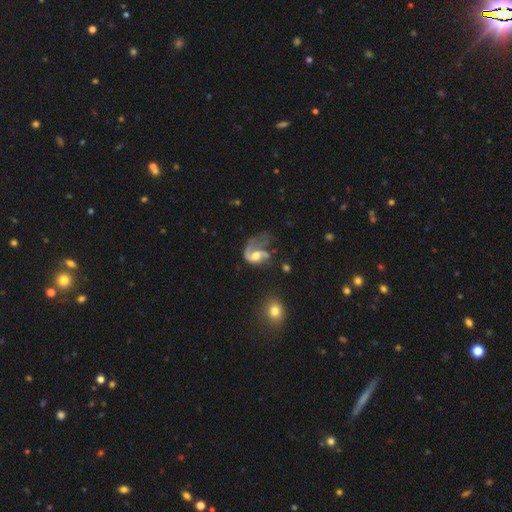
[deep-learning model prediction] A featured or disk galaxy (77%) with no bar (56%), 2 (53%) loose (57%) spiral arms (89%) and a moderate central bulge (58%).

Vote fractions:
- Smooth or featured? featured or disk: 77% / smooth: 16% / star or artifact: 7%
- Edge-on disk? no: 98% / yes: 2%
- Bar? no: 56% / weak: 34% / strong: 10%
- Spiral arms? yes: 89% / no: 11%
- Spiral winding? loose: 57% / medium: 34% / tight: 9%
- Spiral arm count? 2: 53% / 1: 38% / can't tell: 5% / 3: 2% / 4: 1% / more than 4: 1%
- Bulge size? moderate: 58% / small: 20% / large: 15% / none: 5% / dominant: 2%
- Merging? major disturbance: 48% / none: 27% / minor disturbance: 17% / merger: 8%